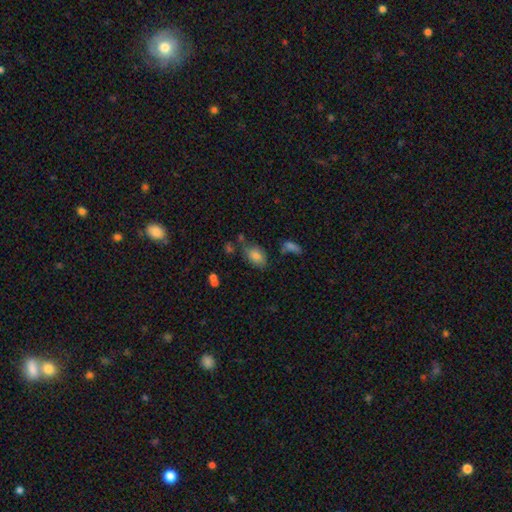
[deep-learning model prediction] Smooth or featured? Predicted: smooth (p=0.80). How rounded? Predicted: in between (p=0.89). Merging? Predicted: none (p=0.61).